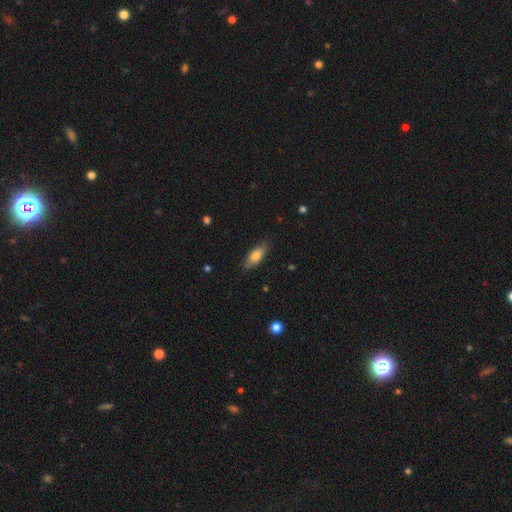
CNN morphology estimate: This is likely a smooth galaxy (76%). How rounded: likely in between (74%). Merging: likely none (79%).